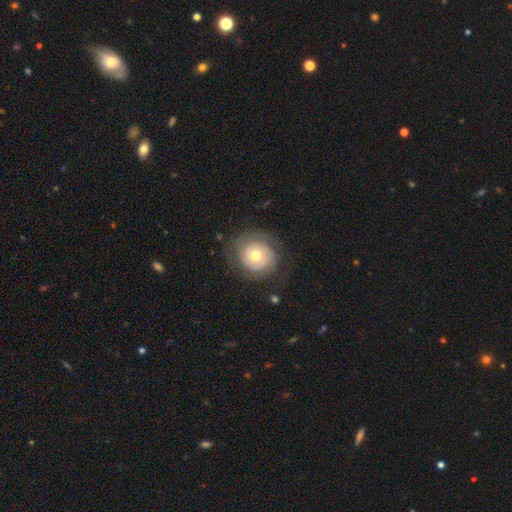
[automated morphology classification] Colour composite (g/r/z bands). It shows a featured or disk galaxy (66%) with no bar (83%), 2 (46%) tight (73%) spiral arms (84%) and a moderate central bulge (62%). Merging: none (74%).